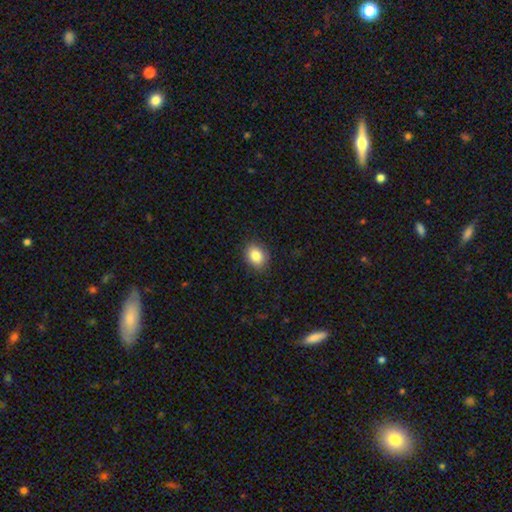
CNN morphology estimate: Smooth or featured? Predicted: smooth (p=0.85). How rounded? Predicted: in between (p=0.65). Merging? Predicted: none (p=0.88).